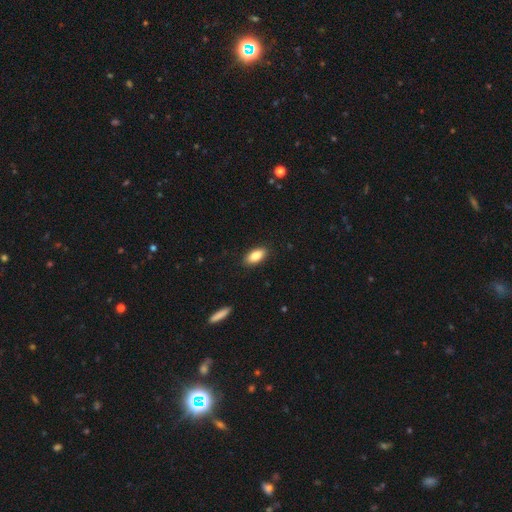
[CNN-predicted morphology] The model was most divided on "smooth or featured": smooth: 85%, featured or disk: 8%, star or artifact: 7%. More confident: merging — none (89%); how rounded — in between (88%).